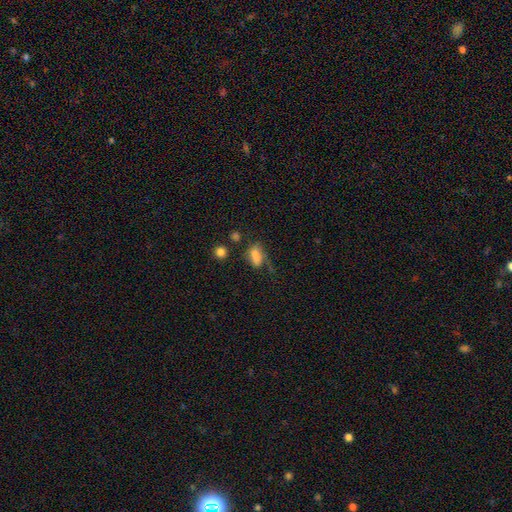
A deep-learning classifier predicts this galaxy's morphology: Smooth or featured? Predicted: smooth (p=0.75). How rounded? Predicted: in between (p=0.81). Merging? Predicted: none (p=0.46).